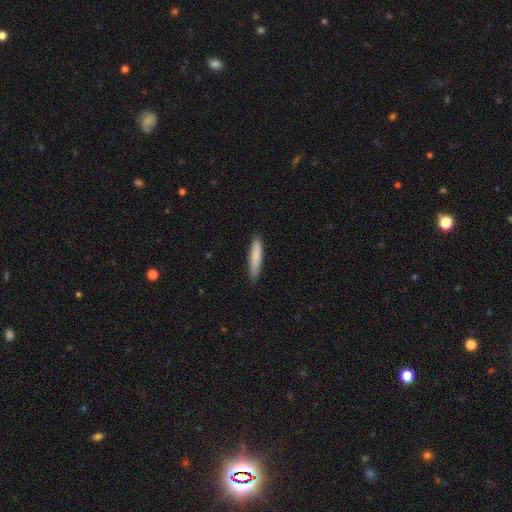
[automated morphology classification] Smooth or featured? Predicted: smooth (p=0.84). How rounded? Predicted: cigar-shaped (p=0.87). Merging? Predicted: none (p=0.84).